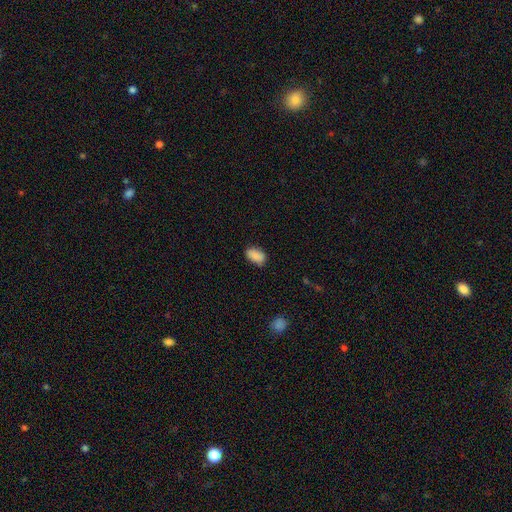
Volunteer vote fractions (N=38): Morphology: type=smooth (92%); roundness=in between (89%); merging=none (72%).